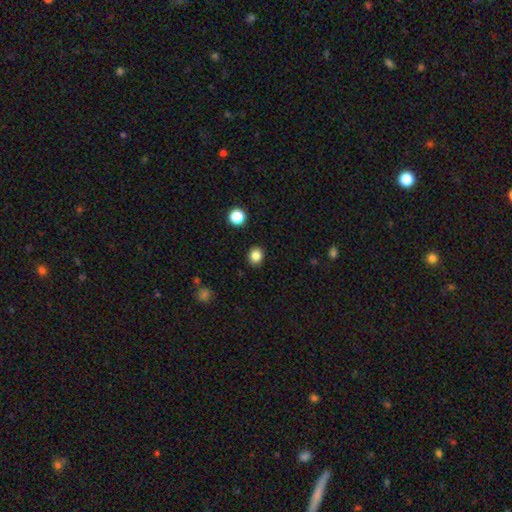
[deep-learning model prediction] Smooth or featured? smooth (84%)
How rounded? round (74%)
Merging? none (90%)